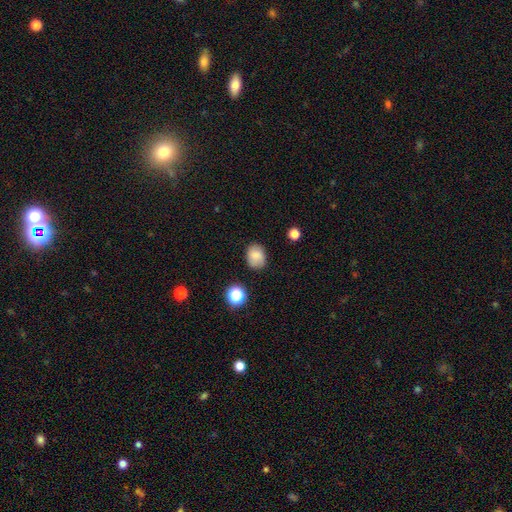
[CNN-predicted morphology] Smooth or featured? Predicted: smooth (p=0.81). How rounded? Predicted: in between (p=0.54). Merging? Predicted: none (p=0.79).